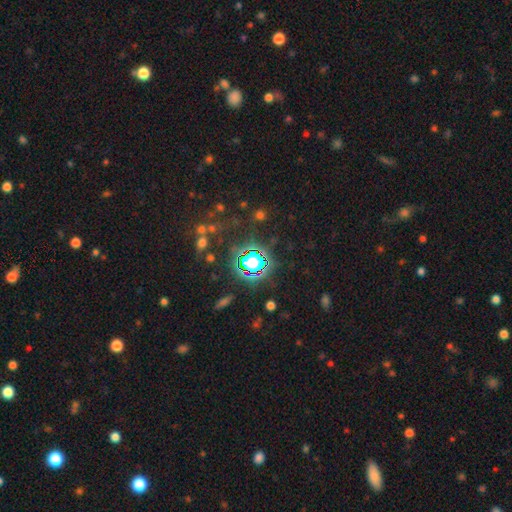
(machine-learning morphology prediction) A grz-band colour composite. It shows a star or artifact, not a galaxy (77%).